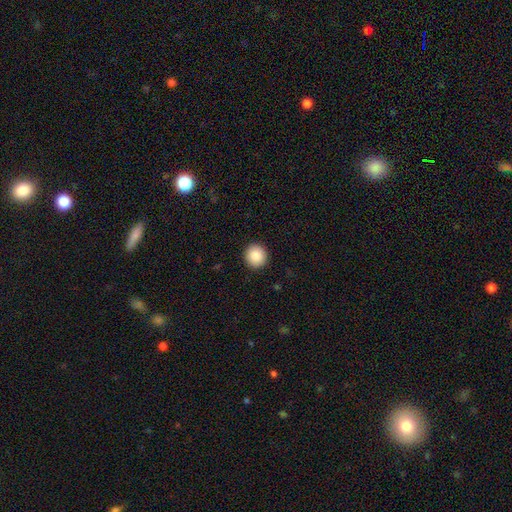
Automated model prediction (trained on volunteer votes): A smooth galaxy with no disk features (87%) that is round (92%). Merging: none (93%).